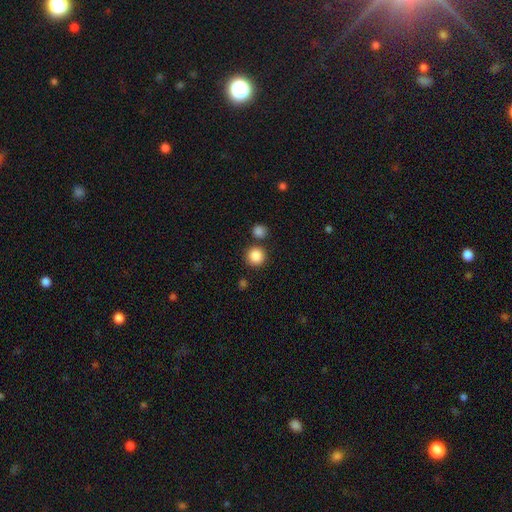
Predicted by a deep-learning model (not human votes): smooth 86%, star or artifact 10%, featured or disk 4%. Down the decision tree: how rounded — round (94%); merging — none (81%).